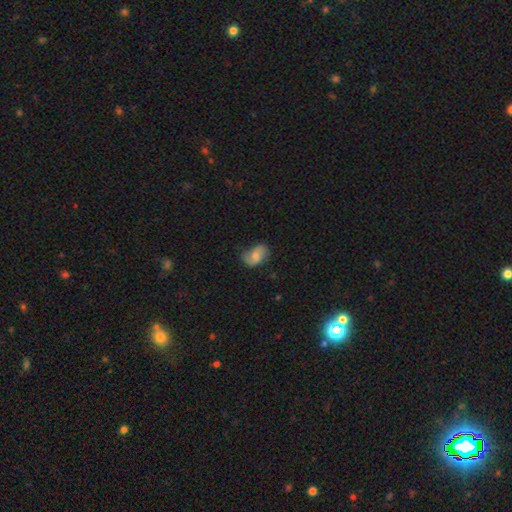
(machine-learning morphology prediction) type=smooth (59%); roundness=in between (85%); merging=none (57%).